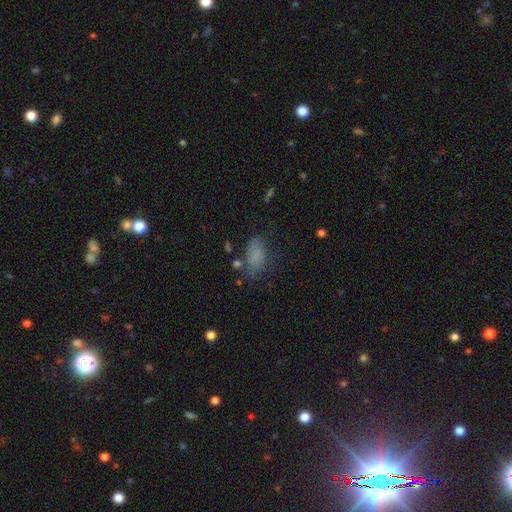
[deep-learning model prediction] Smooth or featured: smooth — 76% (featured or disk — 12%)
How rounded: in between — 90% (round — 7%)
Merging: none — 53% (minor disturbance — 26%)